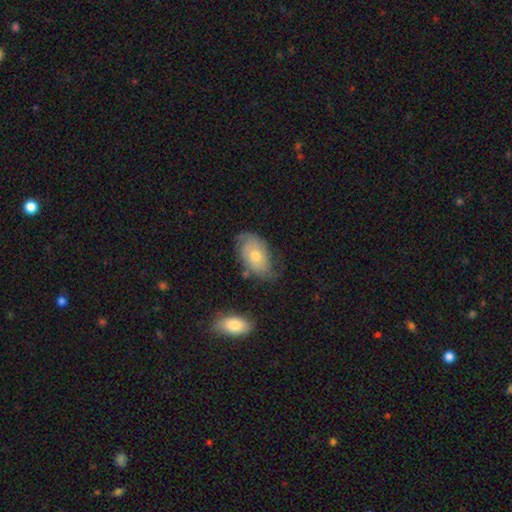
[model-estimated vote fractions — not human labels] Smooth or featured? featured or disk (49%)
Merging? none (55%)